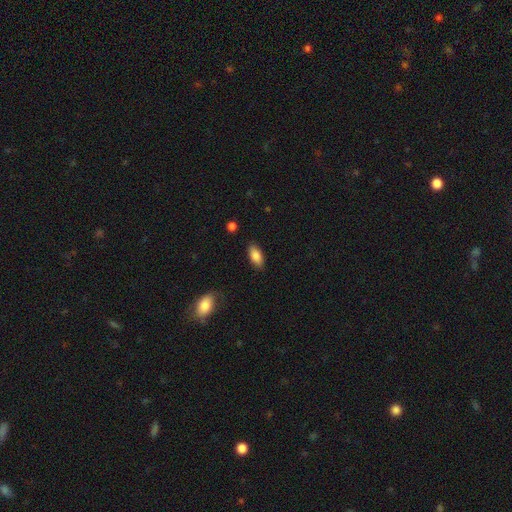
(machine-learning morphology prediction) Smooth or featured?
  - smooth: 86% *
  - featured or disk: 7%
  - star or artifact: 7%
How rounded?
  - in between: 89% *
  - cigar-shaped: 9%
  - round: 3%
Merging?
  - none: 86% *
  - minor disturbance: 11%
  - major disturbance: 2%
  - merger: 1%